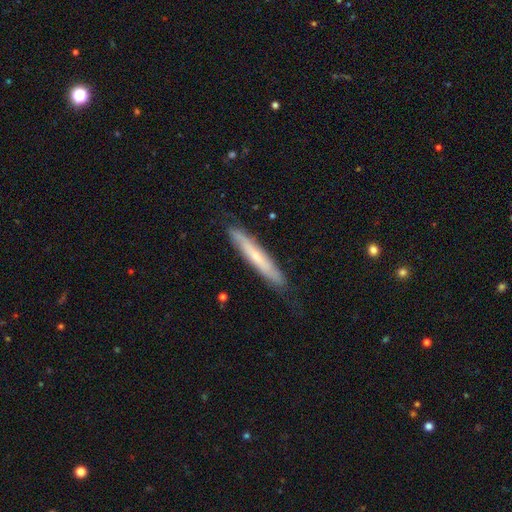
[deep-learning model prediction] smooth-or-featured: smooth: 47% (tied) | featured or disk: 47% (tied) | star or artifact: 6%
  merging: none: 79% | minor disturbance: 17% | major disturbance: 3% | merger: 1%